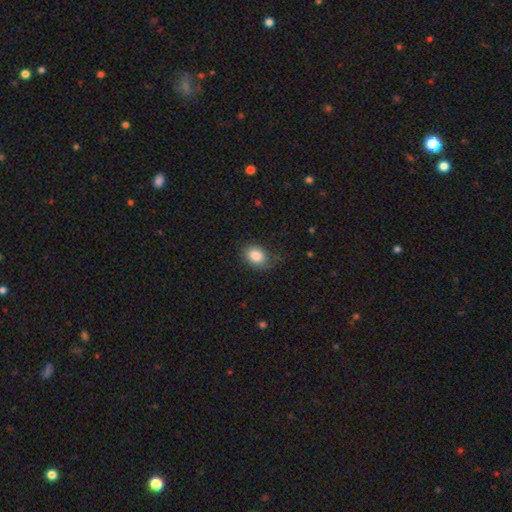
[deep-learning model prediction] Morphology: type=smooth (85%); roundness=in between (69%); merging=none (66%).